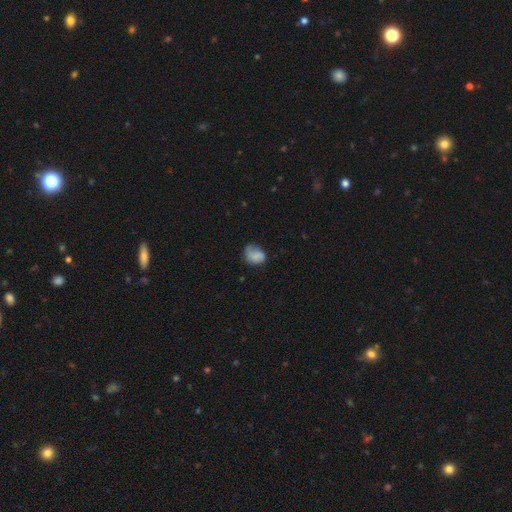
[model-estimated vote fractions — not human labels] Smooth or featured? Predicted: smooth (p=0.73). How rounded? Predicted: in between (p=0.56). Merging? Predicted: none (p=0.47).